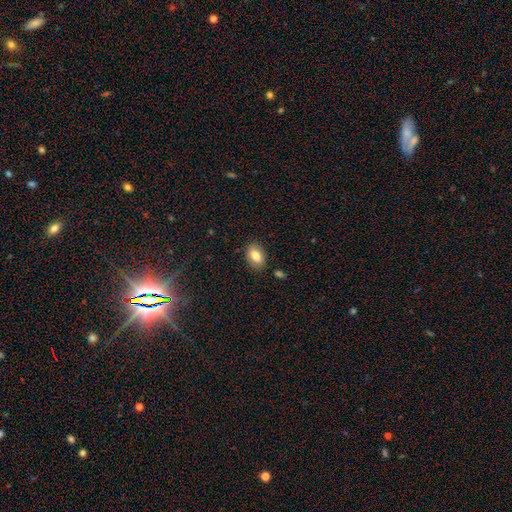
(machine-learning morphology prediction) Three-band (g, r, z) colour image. It shows a smooth galaxy with no disk features (79%) that is in between round and cigar-shaped (88%). Merging: none (84%).